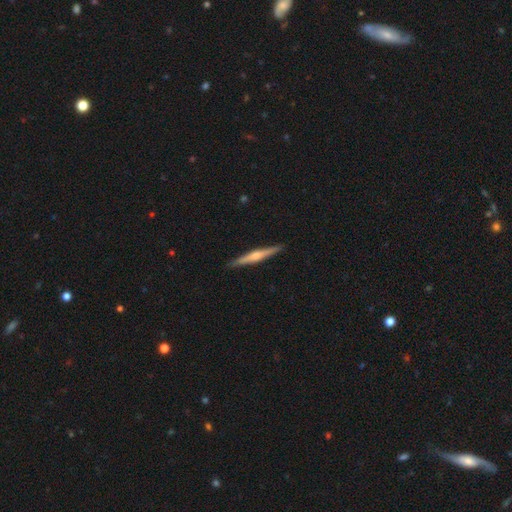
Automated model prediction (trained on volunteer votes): The model was most divided on "smooth or featured": featured or disk: 67%, smooth: 28%, star or artifact: 5%. More confident: edge-on disk — yes (98%); merging — none (91%); edge-on bulge — rounded (79%).